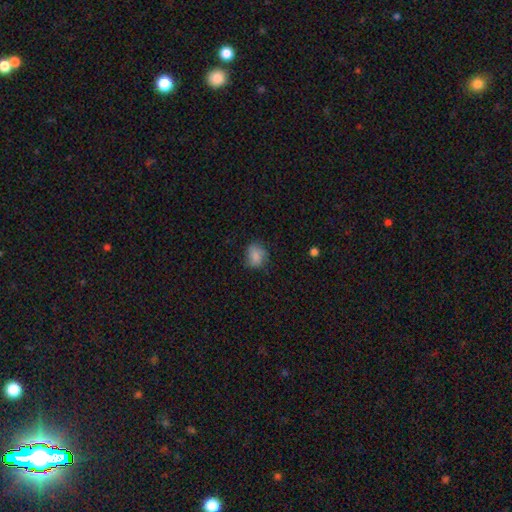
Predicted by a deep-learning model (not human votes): The model was most divided on "how rounded": round: 60%, in between: 39%, cigar-shaped: 1%. More confident: smooth or featured — smooth (81%); merging — none (73%).